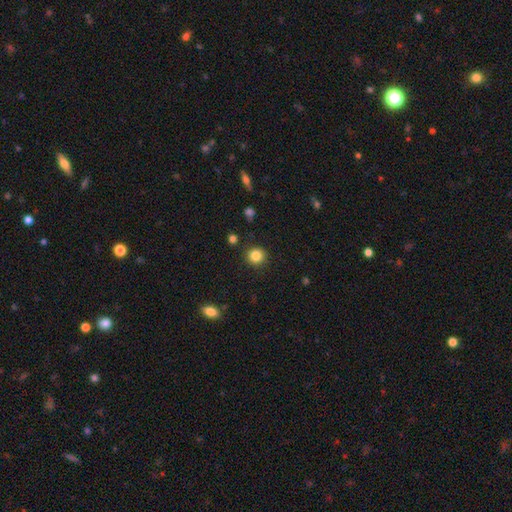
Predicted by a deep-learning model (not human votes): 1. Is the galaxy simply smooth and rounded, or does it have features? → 84% smooth, 11% star or artifact, 5% featured or disk.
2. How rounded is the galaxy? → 92% round, 8% in between, 1% cigar-shaped.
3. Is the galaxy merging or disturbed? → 90% none, 7% minor disturbance, 2% major disturbance, 2% merger.